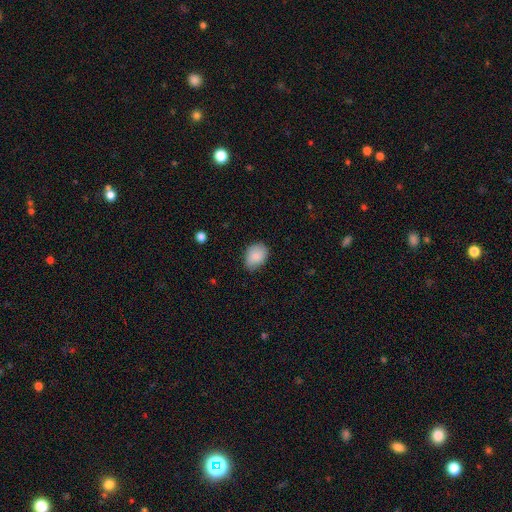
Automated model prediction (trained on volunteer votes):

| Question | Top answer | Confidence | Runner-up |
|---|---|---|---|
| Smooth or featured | smooth | 87% | star or artifact (7%) |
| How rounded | in between | 73% | round (26%) |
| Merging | none | 69% | minor disturbance (26%) |